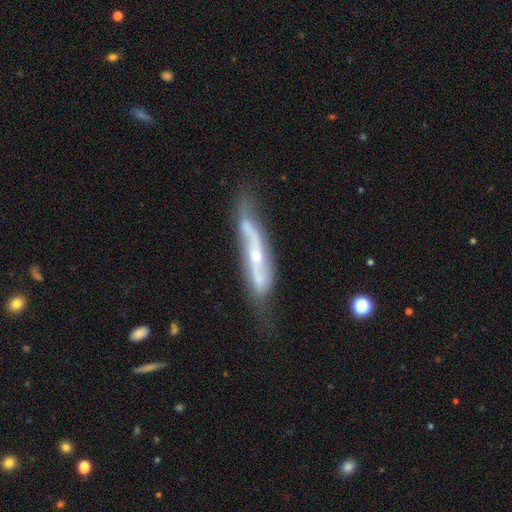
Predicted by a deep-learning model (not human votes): A featured or disk galaxy (79%).

Vote fractions:
- Smooth or featured? featured or disk: 79% / smooth: 15% / star or artifact: 6%
- Edge-on disk? no: 63% / yes: 37%
- Merging? none: 54% / minor disturbance: 27% / major disturbance: 12% / merger: 6%